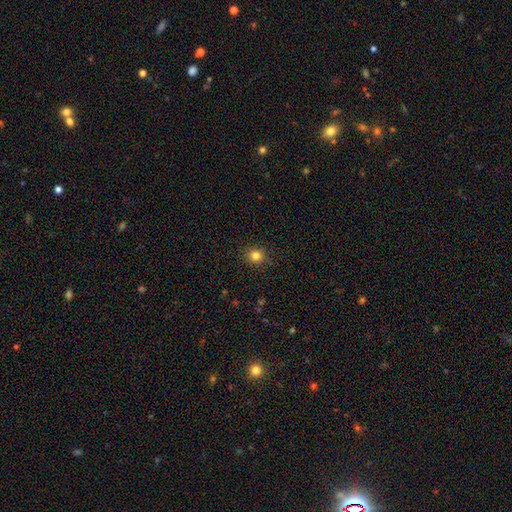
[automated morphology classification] Smooth or featured?
  - smooth: 82% *
  - star or artifact: 13%
  - featured or disk: 5%
How rounded?
  - round: 87% *
  - in between: 12%
  - cigar-shaped: 1%
Merging?
  - none: 89% *
  - minor disturbance: 7%
  - major disturbance: 2%
  - merger: 1%